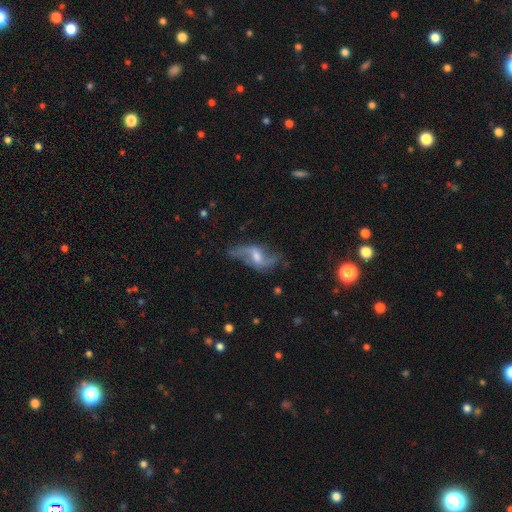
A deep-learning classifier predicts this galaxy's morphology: smooth_or_featured: featured or disk (p=0.80) [alt: smooth p=0.11]
disk_edge_on: no (p=0.92) [alt: yes p=0.08]
bar: weak (p=0.49) [alt: no p=0.35]
has_spiral_arms: yes (p=0.91) [alt: no p=0.09]
spiral_winding: loose (p=0.78) [alt: medium p=0.17]
spiral_arm_count: 2 (p=0.87) [alt: can't tell p=0.06]
bulge_size: moderate (p=0.48) [alt: small p=0.39]
merging: none (p=0.66) [alt: minor disturbance p=0.19]